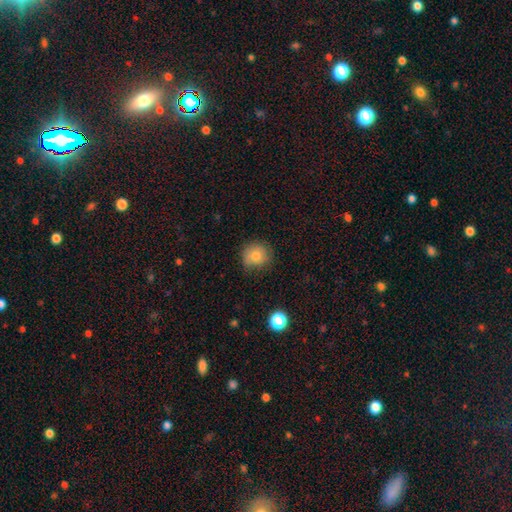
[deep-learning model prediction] A smooth galaxy with no disk features (76%) that is round (87%).

Vote fractions:
- Smooth or featured? smooth: 76% / featured or disk: 12% / star or artifact: 11%
- How rounded? round: 87% / in between: 12% / cigar-shaped: 1%
- Merging? none: 73% / minor disturbance: 21% / major disturbance: 4% / merger: 2%